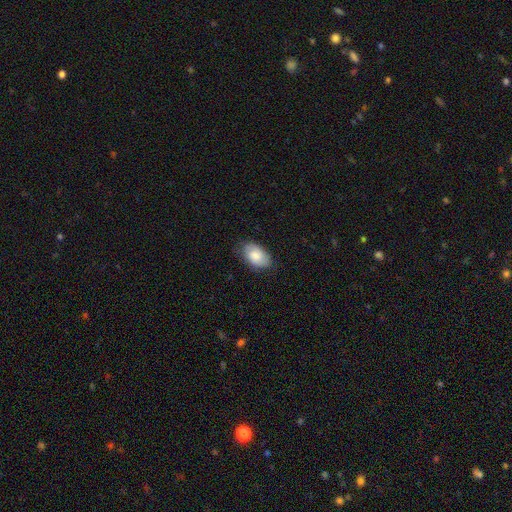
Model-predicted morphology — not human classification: A smooth galaxy with no disk features (82%) that is in between round and cigar-shaped (93%). Merging: none (77%).